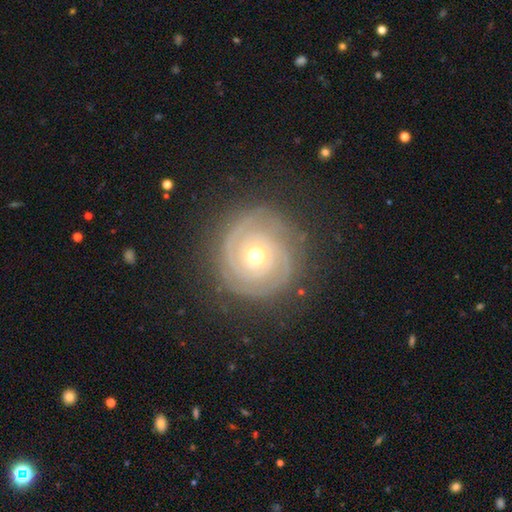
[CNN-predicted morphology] featured or disk 85%, smooth 9%, star or artifact 6%. Down the decision tree: edge-on disk — no (97%); bar — no (81%); spiral arms — yes (96%); spiral arm count — 2 (43%); spiral winding — tight (84%); bulge size — moderate (60%); merging — none (82%).